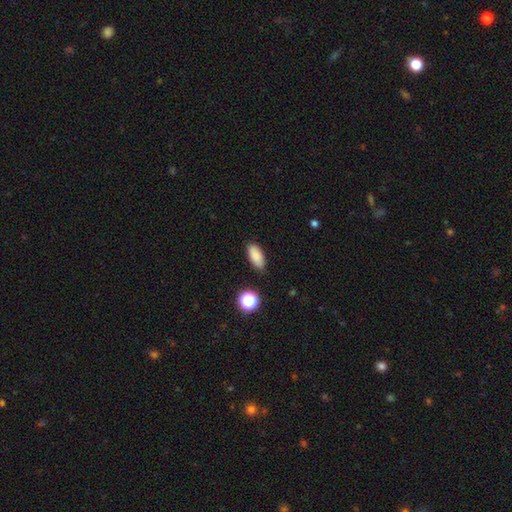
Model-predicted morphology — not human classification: Overall: smooth (86%). How rounded: in between (85%). Merging: none (85%).